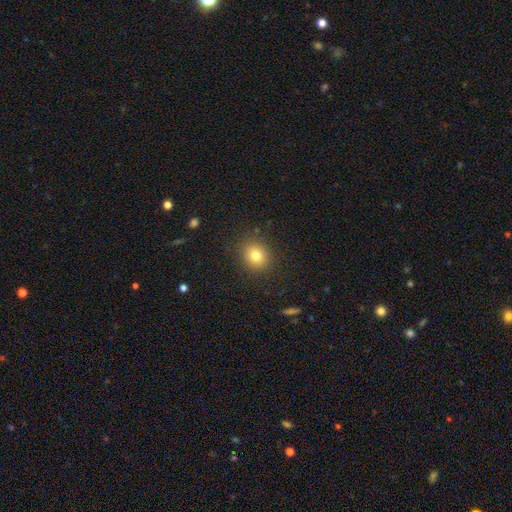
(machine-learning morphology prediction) Overall: smooth (79%). How rounded: round (76%). Merging: none (88%).